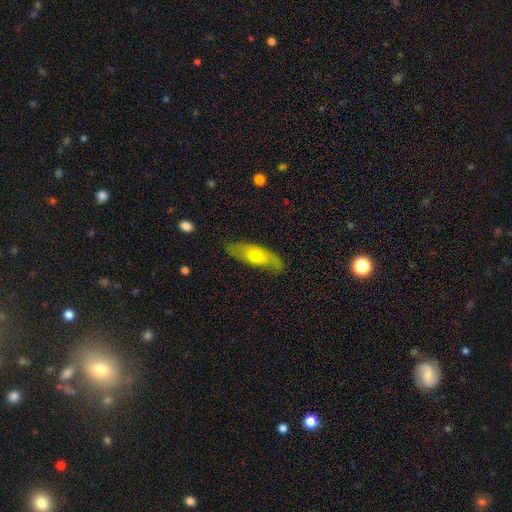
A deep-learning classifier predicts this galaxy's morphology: Smooth or featured? smooth (54%)
How rounded? in between (61%)
Merging? none (74%)